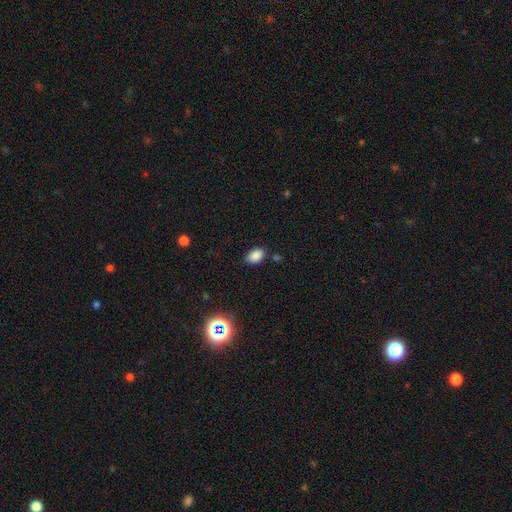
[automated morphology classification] Overall: smooth (84%). How rounded: in between (86%). Merging: none (78%).